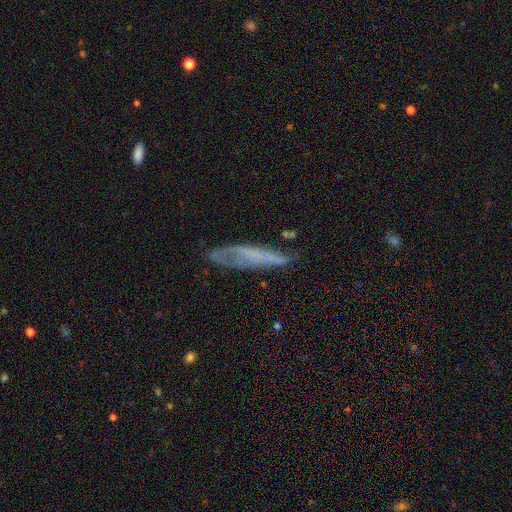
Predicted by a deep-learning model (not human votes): Smooth or featured? Predicted: featured or disk (p=0.48). Merging? Predicted: none (p=0.53).